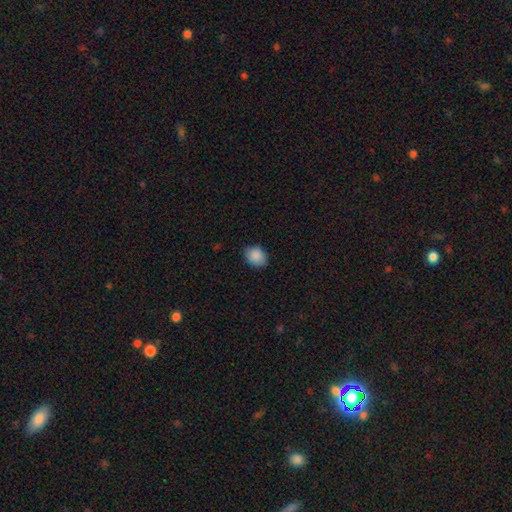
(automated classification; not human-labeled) smooth-or-featured: smooth: 89% | star or artifact: 8% | featured or disk: 3%
  how-rounded: in between: 51% | round: 48% | cigar-shaped: 1%
  merging: none: 86% | minor disturbance: 11% | major disturbance: 2% | merger: 1%